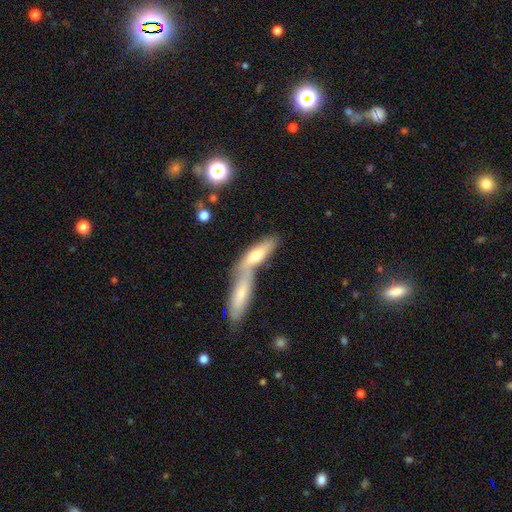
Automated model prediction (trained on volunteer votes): smooth 66%, featured or disk 27%, star or artifact 6%. Down the decision tree: how rounded — cigar-shaped (52%); merging — merger (55%).